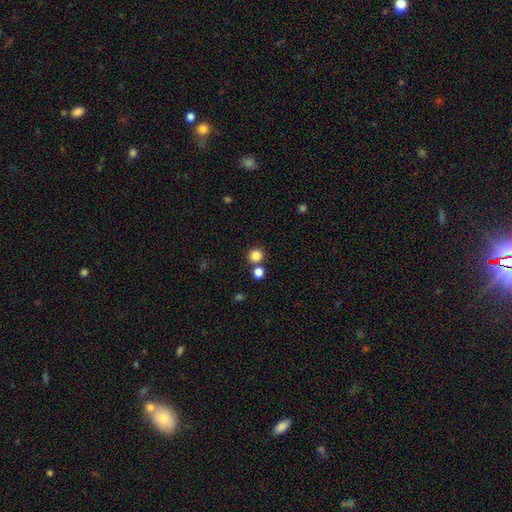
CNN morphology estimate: Smooth or featured?
  - smooth: 83% *
  - star or artifact: 12%
  - featured or disk: 4%
How rounded?
  - round: 92% *
  - in between: 7%
  - cigar-shaped: 1%
Merging?
  - none: 76% *
  - merger: 15%
  - minor disturbance: 6%
  - major disturbance: 2%